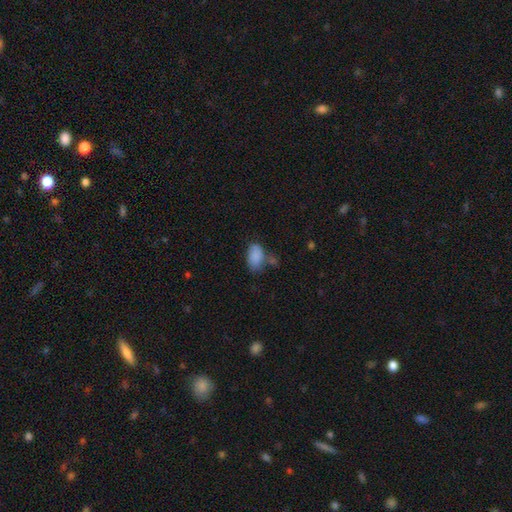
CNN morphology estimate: This appears to be a smooth galaxy with no disk features (86%) that is in between round and cigar-shaped (91%). Merging: none (53%).